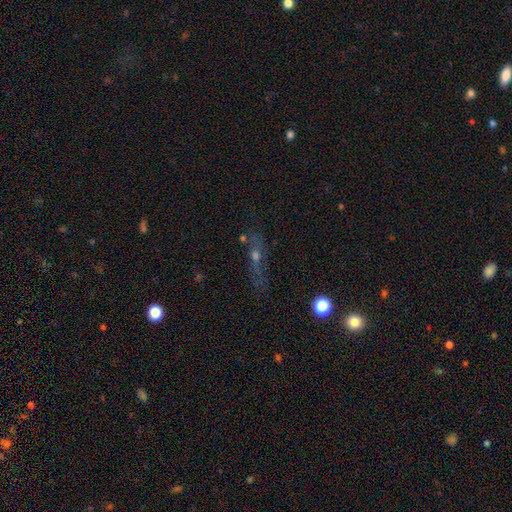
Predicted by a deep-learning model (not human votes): This appears to be a featured or disk galaxy (47%). Merging: none (64%).